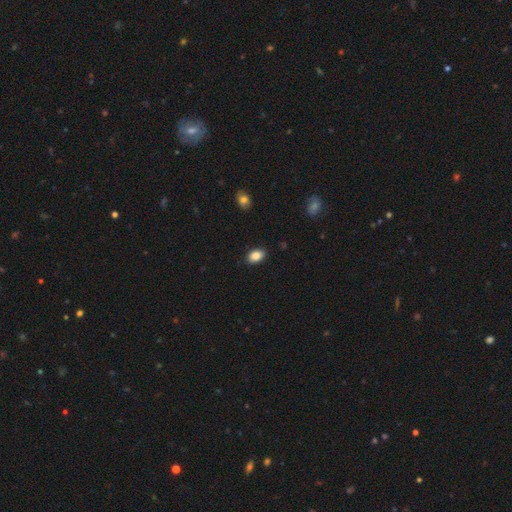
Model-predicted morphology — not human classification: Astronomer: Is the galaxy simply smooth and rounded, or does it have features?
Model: smooth — 86%.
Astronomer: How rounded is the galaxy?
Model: in between — 90%.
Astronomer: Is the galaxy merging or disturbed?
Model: none — 88%.